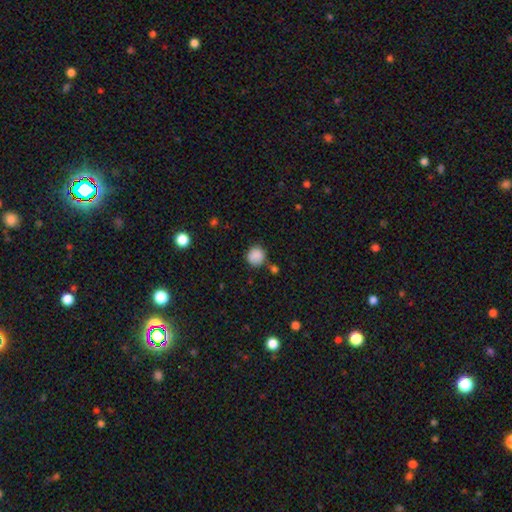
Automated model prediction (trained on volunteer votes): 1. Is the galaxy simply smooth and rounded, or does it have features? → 87% smooth, 10% star or artifact, 3% featured or disk.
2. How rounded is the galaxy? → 90% round, 9% in between, 1% cigar-shaped.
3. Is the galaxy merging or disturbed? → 78% none, 13% minor disturbance, 6% merger, 4% major disturbance.